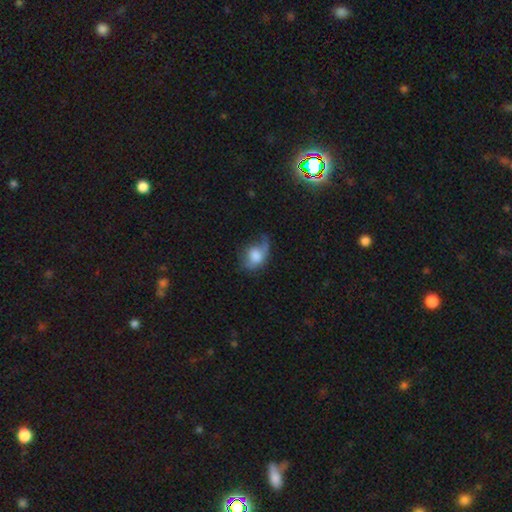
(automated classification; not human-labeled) Overall: smooth (65%; featured or disk 27%). How rounded: in between (72%). Merging: minor disturbance (34%; major disturbance 32%).